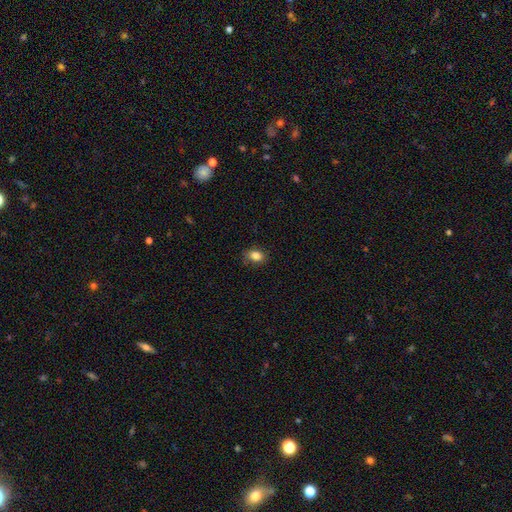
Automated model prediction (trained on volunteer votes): Q: Smooth or featured?
A: smooth (84%); runner-up: star or artifact (10%)
Q: How rounded?
A: in between (69%); runner-up: round (29%)
Q: Merging?
A: none (81%); runner-up: minor disturbance (15%)